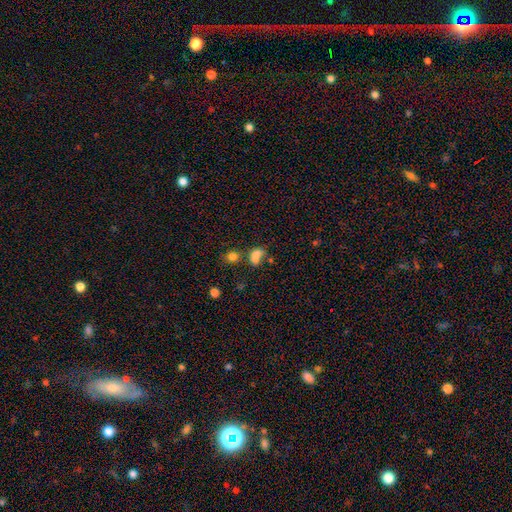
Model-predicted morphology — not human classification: type=smooth (75%); roundness=in between (73%); merging=merger (34%).